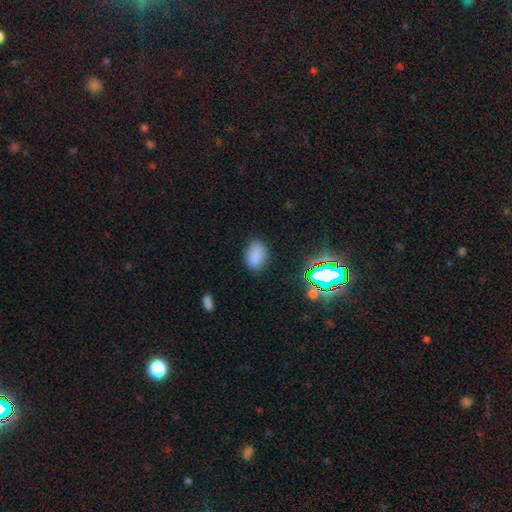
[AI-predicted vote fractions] Smooth or featured? Predicted: smooth (p=0.78). How rounded? Predicted: in between (p=0.82). Merging? Predicted: none (p=0.79).